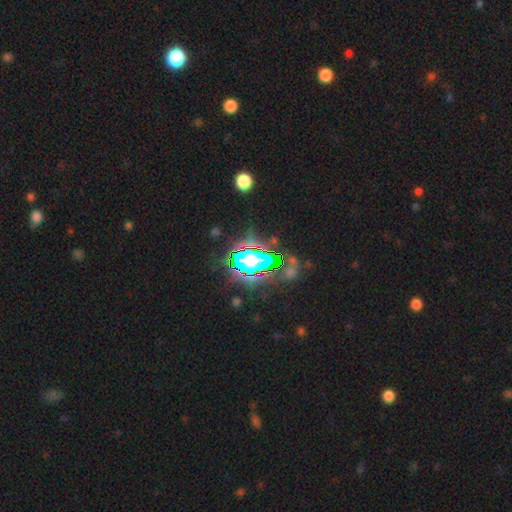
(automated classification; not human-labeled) smooth-or-featured: star or artifact: 77% | smooth: 12% | featured or disk: 11%